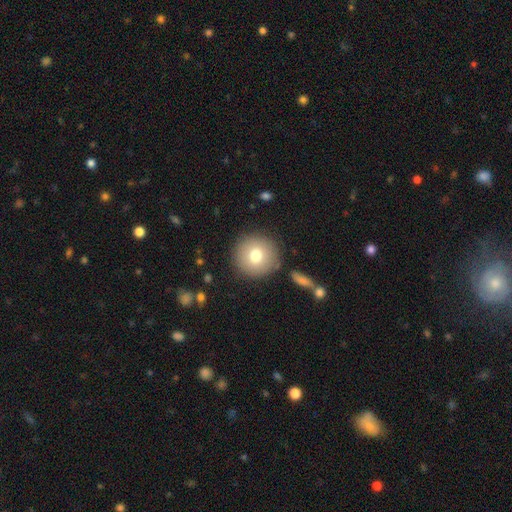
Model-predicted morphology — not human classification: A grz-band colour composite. It shows a smooth galaxy with no disk features (75%) that is round (95%). Merging: none (87%).